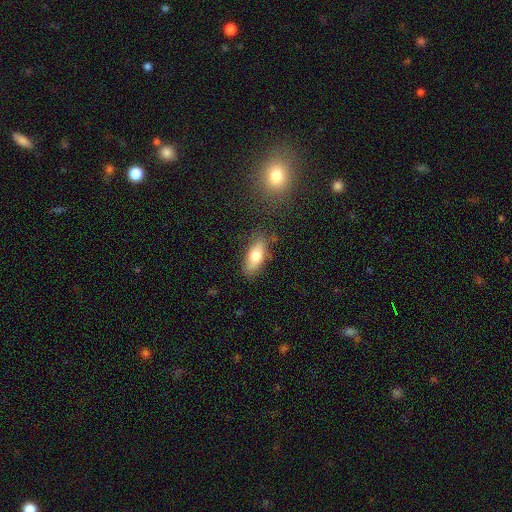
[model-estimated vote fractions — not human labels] The model was most divided on "smooth or featured": smooth: 75%, featured or disk: 18%, star or artifact: 7%. More confident: merging — none (80%); how rounded — in between (78%).